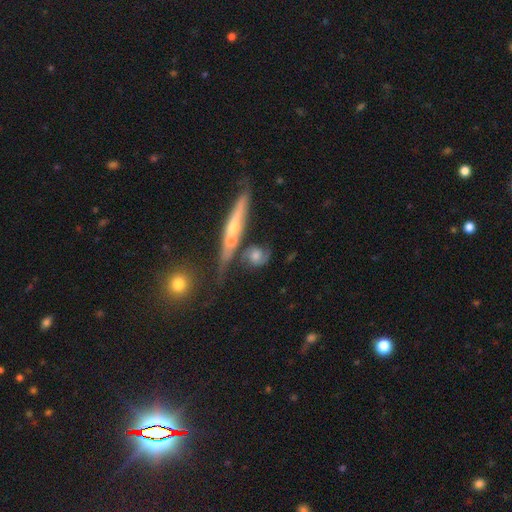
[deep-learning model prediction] Smooth or featured? featured or disk (74%)
Edge-on disk? no (85%)
Bar? no (67%)
Spiral arms? yes (90%)
Spiral winding? medium (48%)
Spiral arm count? 2 (86%)
Bulge size? moderate (55%)
Merging? none (51%)